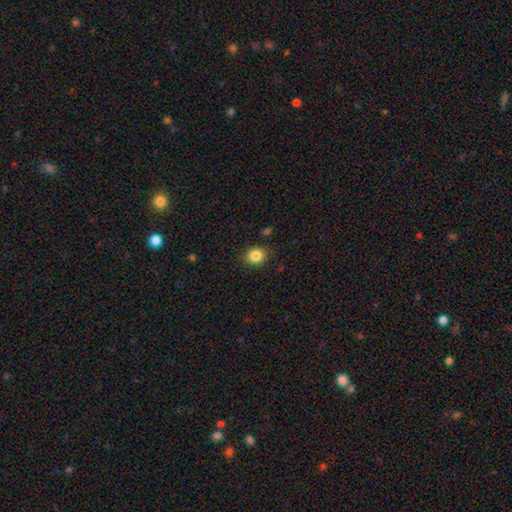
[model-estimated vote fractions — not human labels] The model was most divided on "how rounded": round: 69%, in between: 30%, cigar-shaped: 1%. More confident: merging — none (85%); smooth or featured — smooth (85%).